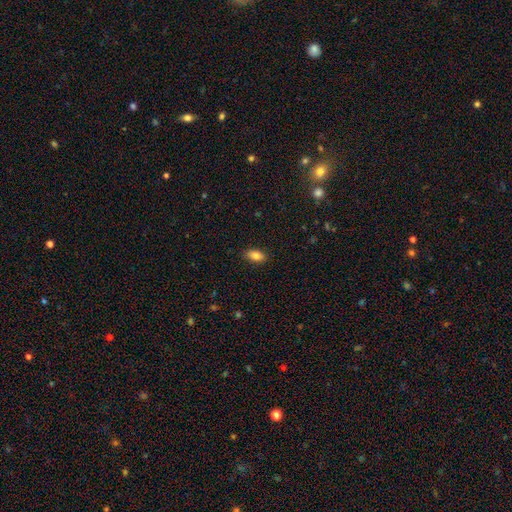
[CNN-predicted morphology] Smooth or featured: smooth — 84% (star or artifact — 8%)
How rounded: in between — 89% (cigar-shaped — 6%)
Merging: none — 88% (minor disturbance — 9%)